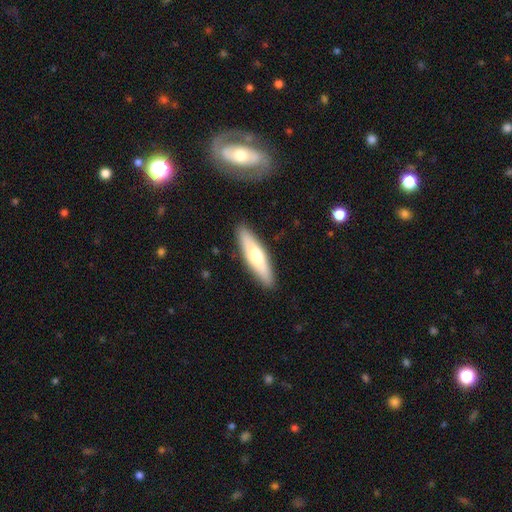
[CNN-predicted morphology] A smooth galaxy with no disk features (57%) that is cigar-shaped (68%).

Vote fractions:
- Smooth or featured? smooth: 57% / featured or disk: 38% / star or artifact: 5%
- How rounded? cigar-shaped: 68% / in between: 30% / round: 2%
- Merging? none: 90% / minor disturbance: 7% / major disturbance: 2% / merger: 1%